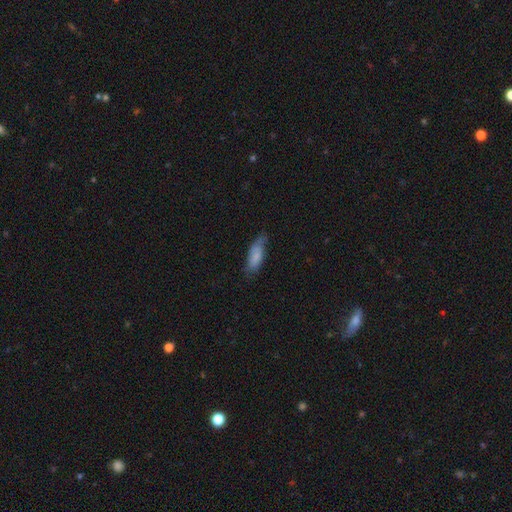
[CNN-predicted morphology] Overall: smooth (76%). How rounded: in between (65%; cigar-shaped 33%). Merging: none (57%; minor disturbance 32%).